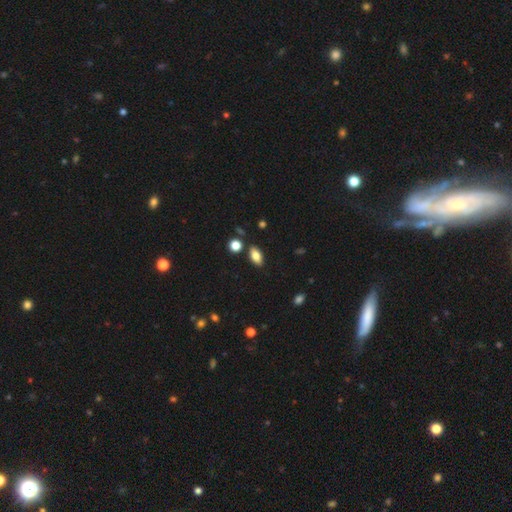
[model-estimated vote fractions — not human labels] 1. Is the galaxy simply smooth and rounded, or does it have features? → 81% smooth, 11% featured or disk, 8% star or artifact.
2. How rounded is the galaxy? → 90% in between, 5% cigar-shaped, 5% round.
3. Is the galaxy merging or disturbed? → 85% none, 9% minor disturbance, 4% merger, 2% major disturbance.